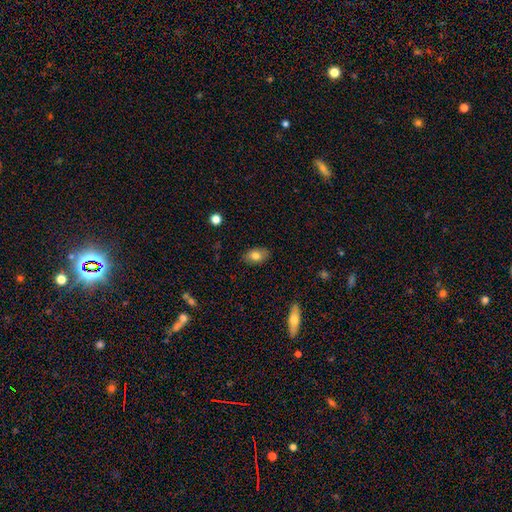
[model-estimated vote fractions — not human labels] Q: Smooth or featured?
A: smooth (79%); runner-up: featured or disk (13%)
Q: How rounded?
A: in between (89%); runner-up: round (9%)
Q: Merging?
A: none (86%); runner-up: minor disturbance (11%)